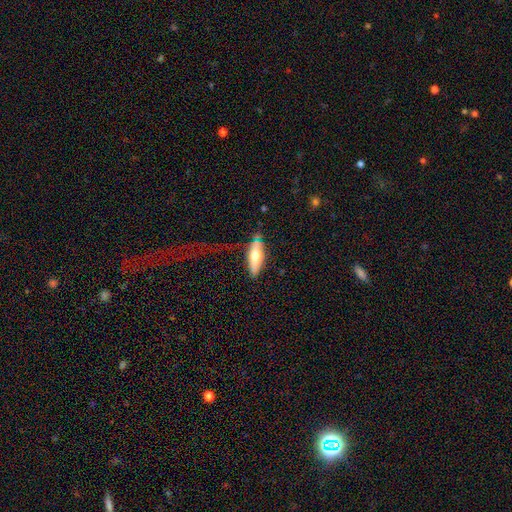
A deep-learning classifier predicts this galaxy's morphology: smooth_or_featured: smooth (p=0.63) [alt: featured or disk p=0.31]
how_rounded: in between (p=0.62) [alt: cigar-shaped p=0.36]
merging: none (p=0.58) [alt: minor disturbance p=0.24]